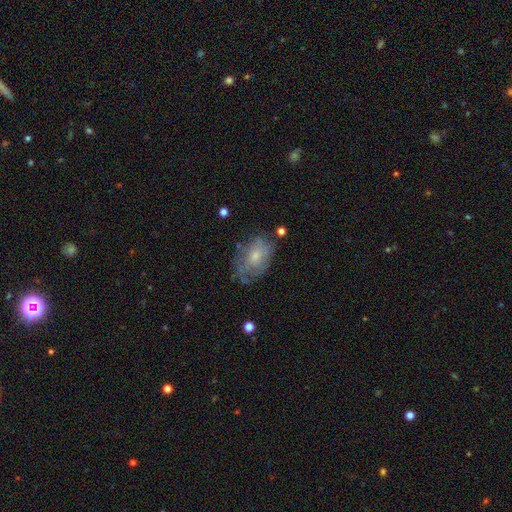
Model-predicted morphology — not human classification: Overall: smooth (53%; featured or disk 38%). How rounded: in between (85%). Merging: none (54%; minor disturbance 29%).